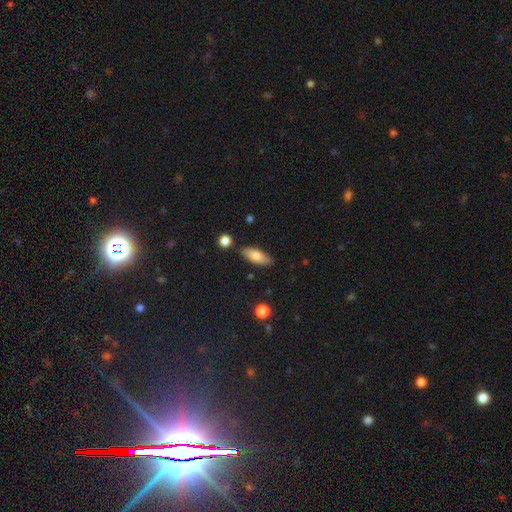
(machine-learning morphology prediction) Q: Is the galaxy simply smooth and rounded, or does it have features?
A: smooth — 76%.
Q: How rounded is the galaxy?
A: in between — 70%.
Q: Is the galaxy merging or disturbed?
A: none — 82%.